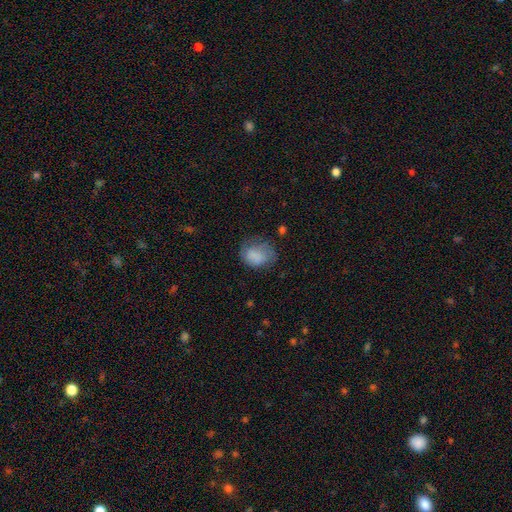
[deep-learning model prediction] Smooth or featured? Predicted: smooth (p=0.73). How rounded? Predicted: round (p=0.51). Merging? Predicted: none (p=0.48).